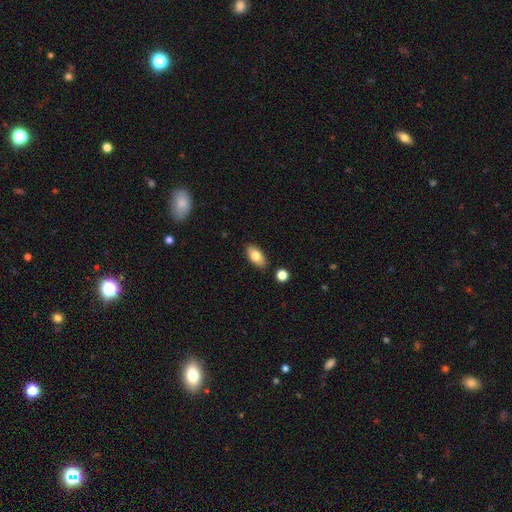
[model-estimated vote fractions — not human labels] Q: Smooth or featured?
A: smooth (78%); runner-up: featured or disk (14%)
Q: How rounded?
A: in between (90%); runner-up: cigar-shaped (6%)
Q: Merging?
A: none (86%); runner-up: minor disturbance (9%)